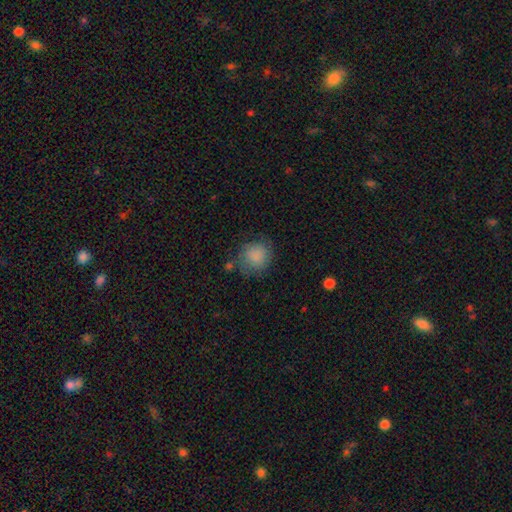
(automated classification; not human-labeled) A smooth galaxy with no disk features (84%) that is round (85%). Merging: none (66%).